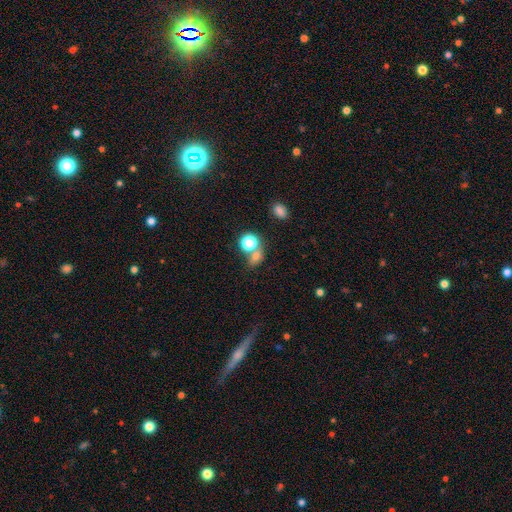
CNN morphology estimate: A smooth galaxy with no disk features (68%) that is round (53%). Merging: none (46%).